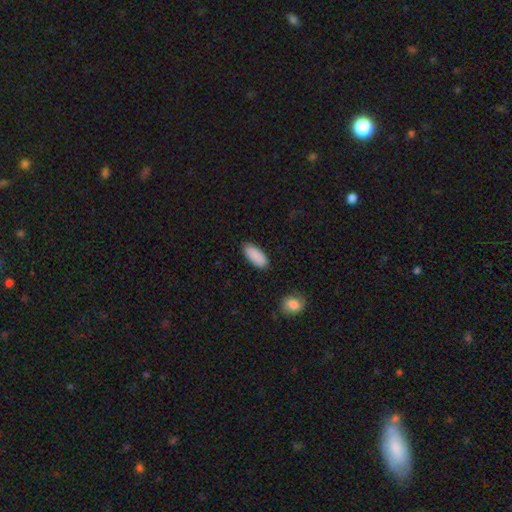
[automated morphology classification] The model was most divided on "how rounded": in between: 84%, cigar-shaped: 14%, round: 2%. More confident: smooth or featured — smooth (90%); merging — none (87%).